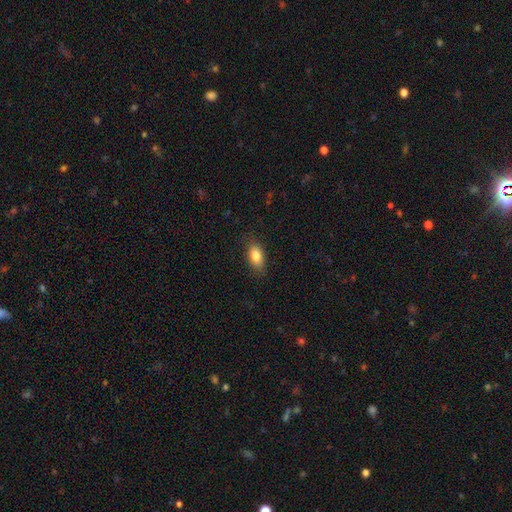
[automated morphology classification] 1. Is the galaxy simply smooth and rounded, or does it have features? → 83% smooth, 10% featured or disk, 8% star or artifact.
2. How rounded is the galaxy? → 87% in between, 7% round, 6% cigar-shaped.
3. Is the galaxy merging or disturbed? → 84% none, 12% minor disturbance, 3% major disturbance, 1% merger.